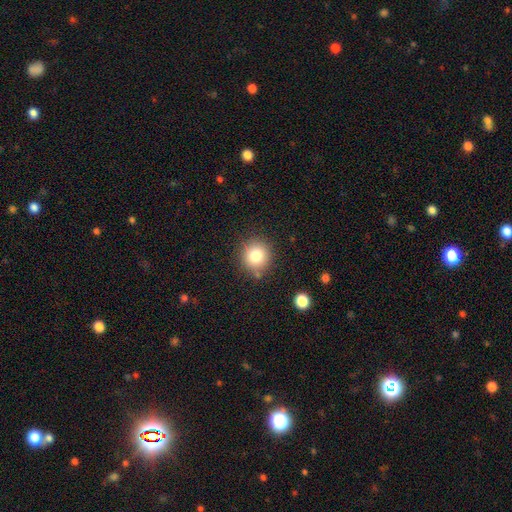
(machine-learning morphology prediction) type=smooth (81%); roundness=round (91%); merging=none (83%).